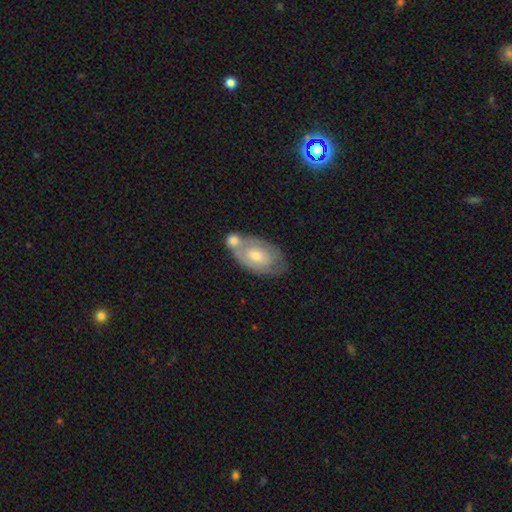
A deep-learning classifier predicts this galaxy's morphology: Overall: smooth (48%; featured or disk 46%). Merging: none (38%; merger 37%).